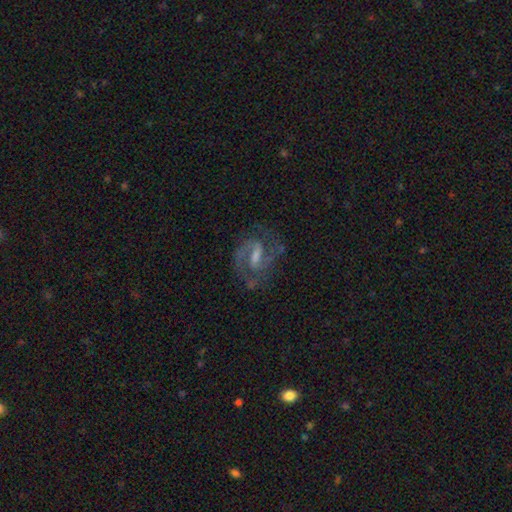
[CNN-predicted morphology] Smooth or featured? featured or disk (87%)
Edge-on disk? no (97%)
Bar? weak (50%)
Spiral arms? yes (96%)
Spiral winding? medium (59%)
Spiral arm count? 2 (89%)
Bulge size? small (43%)
Merging? none (72%)